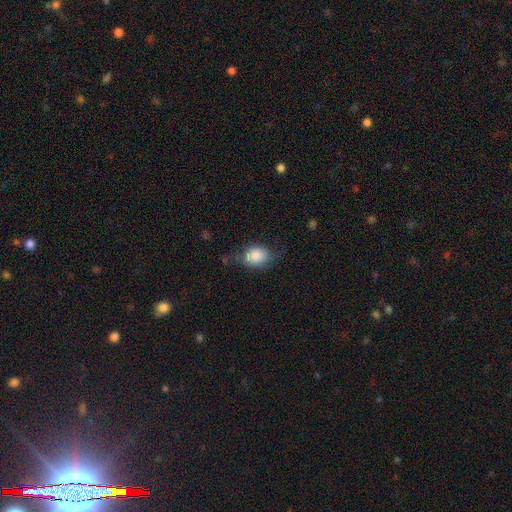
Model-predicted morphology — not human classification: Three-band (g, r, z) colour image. It shows a smooth galaxy with no disk features (82%) that is in between round and cigar-shaped (58%). Merging: none (54%).